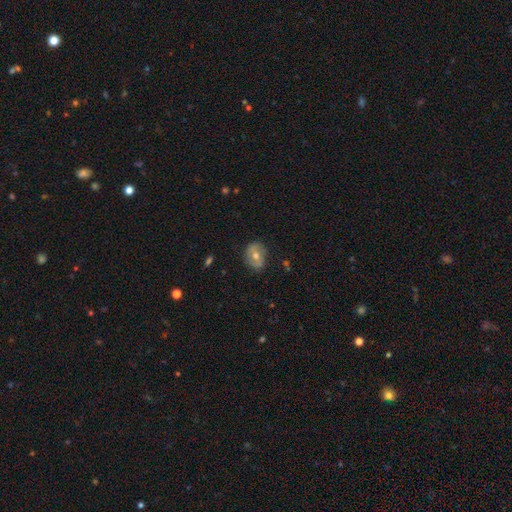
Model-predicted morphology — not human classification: The model was most divided on "smooth or featured": smooth: 45%, featured or disk: 44%, star or artifact: 12%. More confident: merging — none (81%).